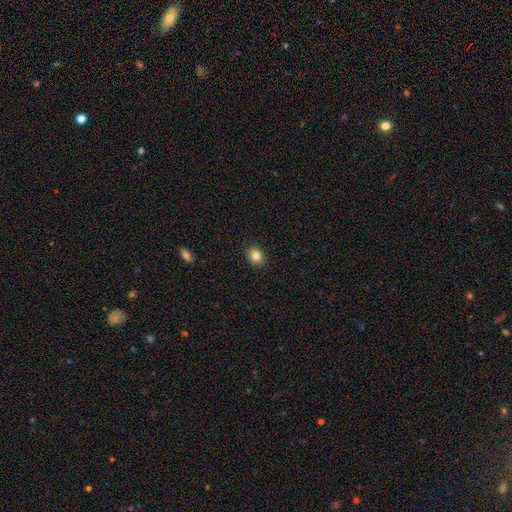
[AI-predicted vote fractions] smooth-or-featured: smooth: 83% | star or artifact: 11% | featured or disk: 7%
  how-rounded: round: 69% | in between: 30% | cigar-shaped: 1%
  merging: none: 90% | minor disturbance: 7% | major disturbance: 2% | merger: 1%